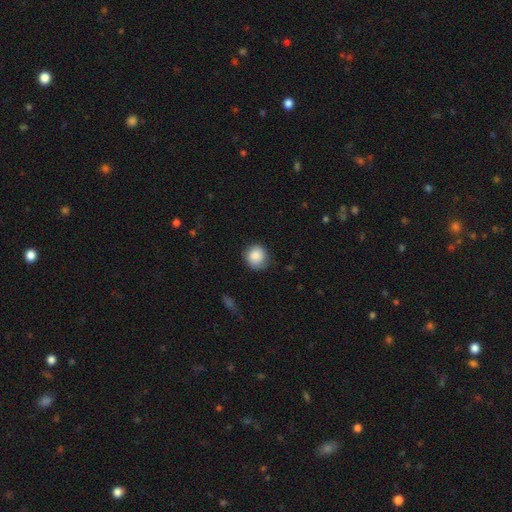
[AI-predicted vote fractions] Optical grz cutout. It shows a smooth galaxy with no disk features (85%) that is round (88%). Merging: none (75%).